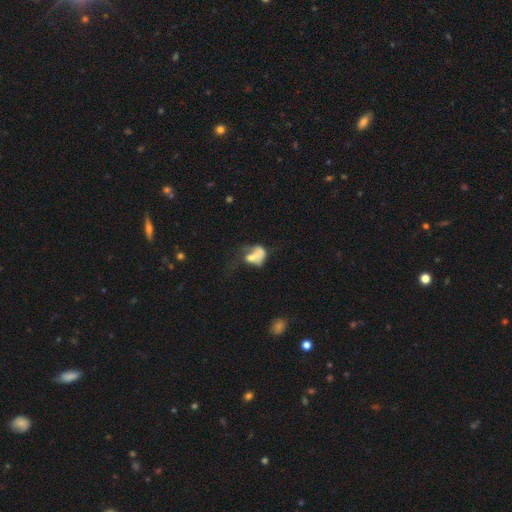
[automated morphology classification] smooth_or_featured: smooth (p=0.52) [alt: featured or disk p=0.36]
how_rounded: in between (p=0.77) [alt: round p=0.21]
merging: merger (p=0.39) [alt: major disturbance p=0.31]